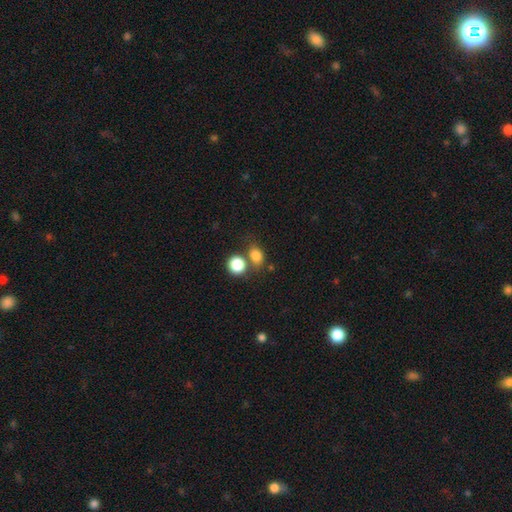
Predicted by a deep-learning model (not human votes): smooth-or-featured: smooth: 82% | star or artifact: 12% | featured or disk: 6%
  how-rounded: in between: 50% | round: 49% | cigar-shaped: 2%
  merging: none: 57% | merger: 27% | minor disturbance: 11% | major disturbance: 5%